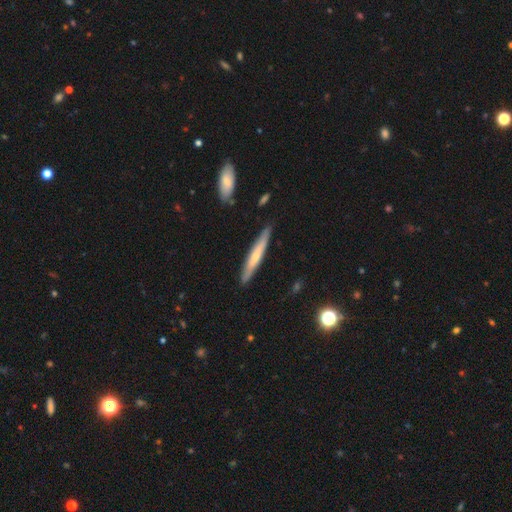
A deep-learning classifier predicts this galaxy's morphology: smooth-or-featured: featured or disk: 47% (tied) | smooth: 47% (tied) | star or artifact: 6%
  merging: none: 88% | minor disturbance: 9% | major disturbance: 2% | merger: 2%